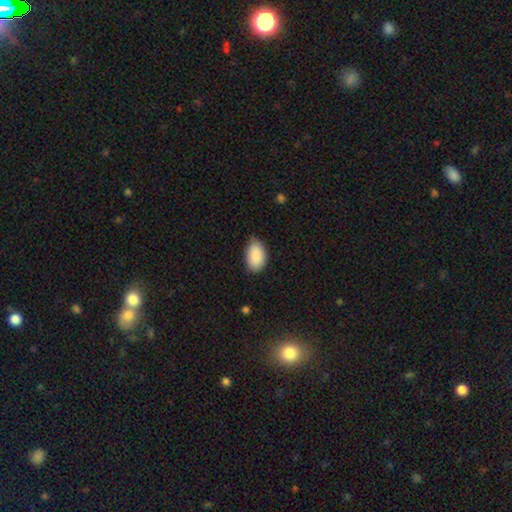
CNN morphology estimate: Smooth or featured? Predicted: smooth (p=0.90). How rounded? Predicted: in between (p=0.93). Merging? Predicted: none (p=0.74).